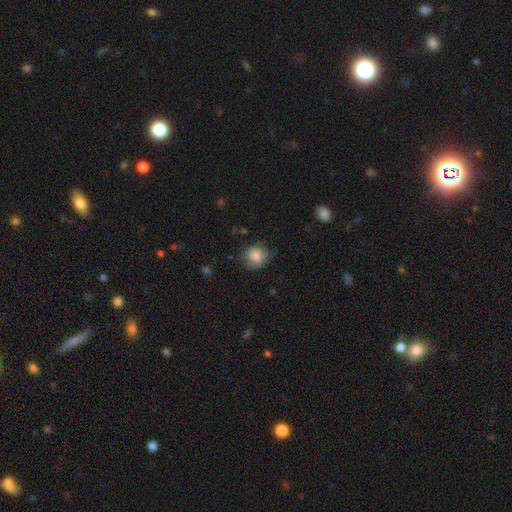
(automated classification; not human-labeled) Morphology: type=smooth (81%); roundness=round (79%); merging=none (73%).